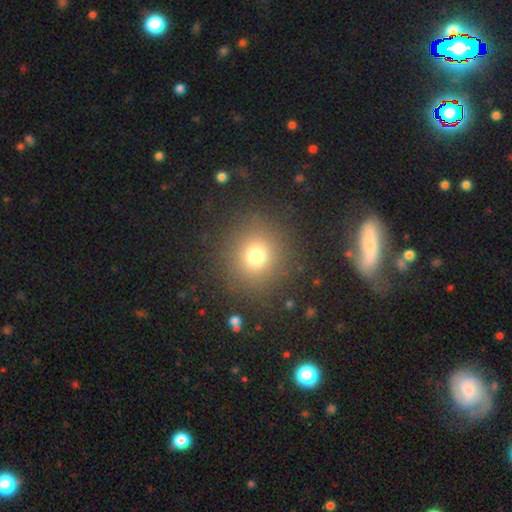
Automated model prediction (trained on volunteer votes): The model was most divided on "smooth or featured": smooth: 73%, star or artifact: 18%, featured or disk: 8%. More confident: how rounded — round (90%); merging — none (87%).